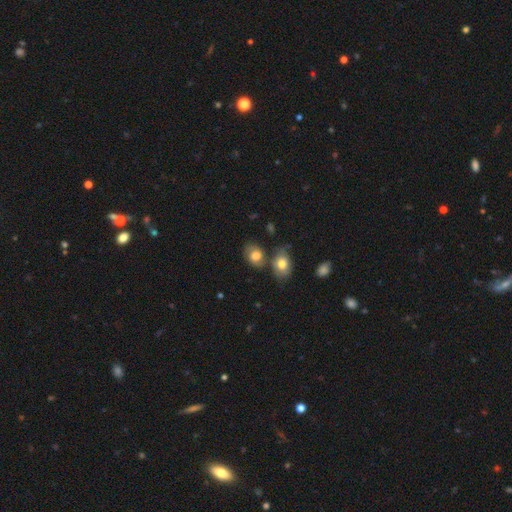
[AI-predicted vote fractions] smooth 67%, featured or disk 24%, star or artifact 9%. Down the decision tree: how rounded — in between (66%); merging — none (58%).